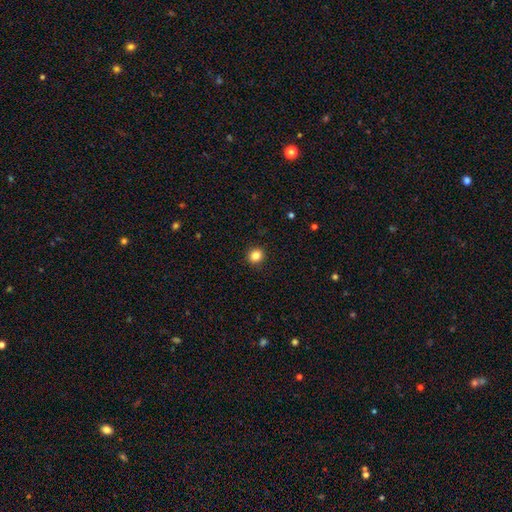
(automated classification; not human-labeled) smooth 84%, star or artifact 11%, featured or disk 4%. Down the decision tree: how rounded — round (84%); merging — none (92%).